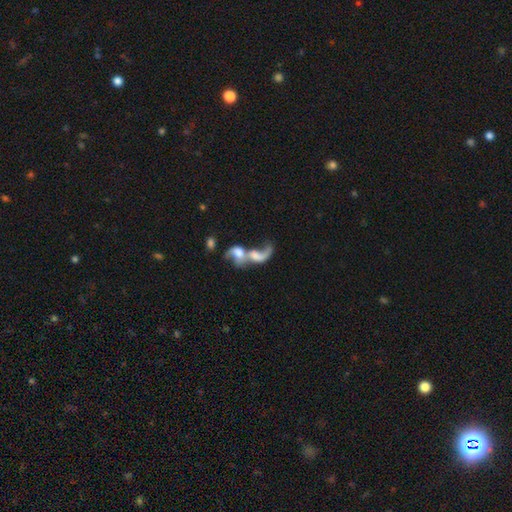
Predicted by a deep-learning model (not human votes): smooth-or-featured: featured or disk: 58% | smooth: 33% | star or artifact: 10%
  disk-edge-on: no: 95% | yes: 5%
    bar: no: 66% | weak: 26% | strong: 8%
    has-spiral-arms: yes: 68% | no: 32%
    bulge-size: moderate: 33% | none: 23% | large: 22% | small: 17% | dominant: 5%
  merging: merger: 75% | major disturbance: 13% | none: 8% | minor disturbance: 4%